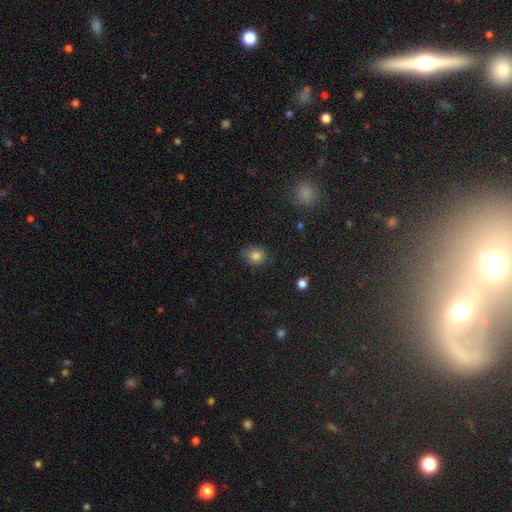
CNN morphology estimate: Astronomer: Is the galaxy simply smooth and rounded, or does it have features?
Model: smooth — 82%.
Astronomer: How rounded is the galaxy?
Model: round — 63%.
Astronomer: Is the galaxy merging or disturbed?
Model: none — 73%.